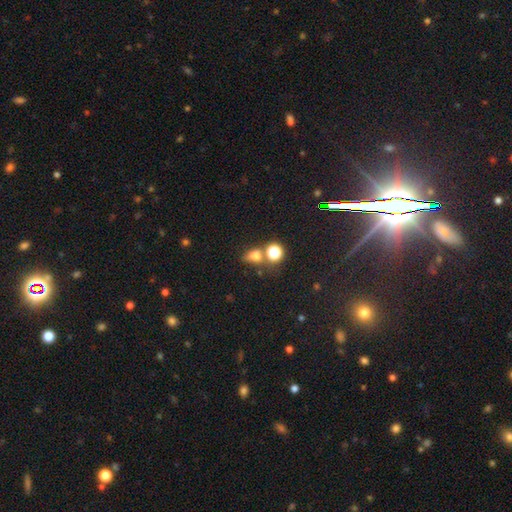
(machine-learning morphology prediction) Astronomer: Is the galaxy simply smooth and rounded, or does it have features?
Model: smooth — 67%.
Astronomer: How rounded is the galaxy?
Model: in between — 58% (runner-up: round, 38%).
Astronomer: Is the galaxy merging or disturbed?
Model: none — 52%.